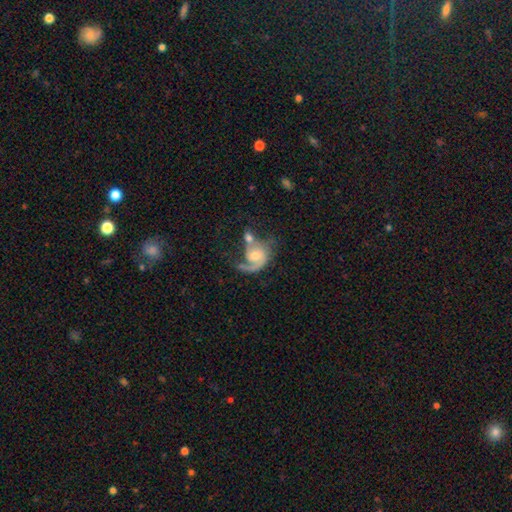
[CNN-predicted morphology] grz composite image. It shows a featured or disk galaxy (77%) with no bar (69%), 1 (71%) medium (39%) spiral arms (91%) and a moderate central bulge (53%). Merging: merger (33%).